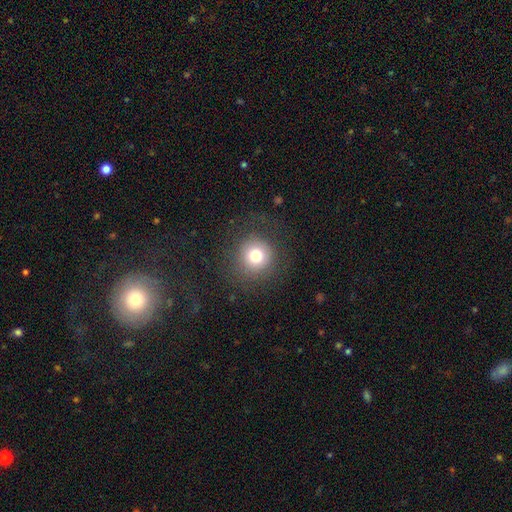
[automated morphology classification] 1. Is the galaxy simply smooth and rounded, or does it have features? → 76% smooth, 13% star or artifact, 11% featured or disk.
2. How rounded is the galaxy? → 93% round, 6% in between, 1% cigar-shaped.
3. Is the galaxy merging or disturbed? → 82% none, 9% minor disturbance, 7% major disturbance, 1% merger.